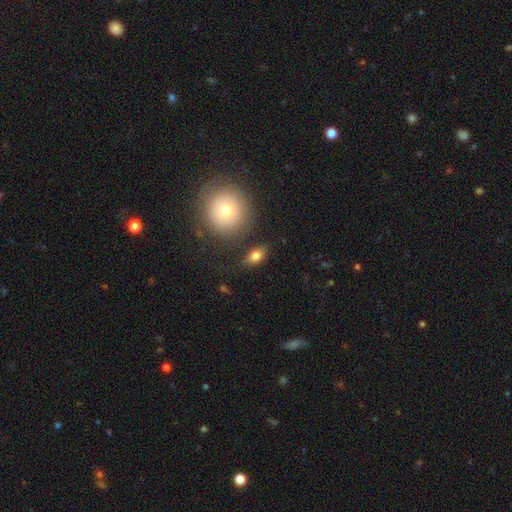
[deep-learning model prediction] Smooth or featured? Predicted: smooth (p=0.79). How rounded? Predicted: in between (p=0.83). Merging? Predicted: none (p=0.79).